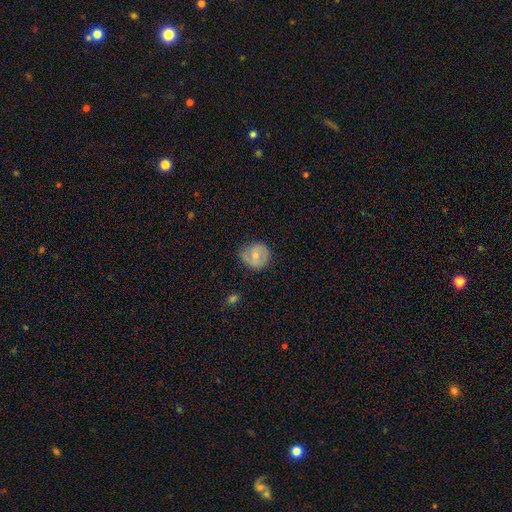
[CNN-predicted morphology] Smooth or featured?
  - smooth: 56% *
  - featured or disk: 37%
  - star or artifact: 8%
How rounded?
  - round: 84% *
  - in between: 15%
  - cigar-shaped: 1%
Merging?
  - none: 66% *
  - minor disturbance: 26%
  - major disturbance: 7%
  - merger: 2%